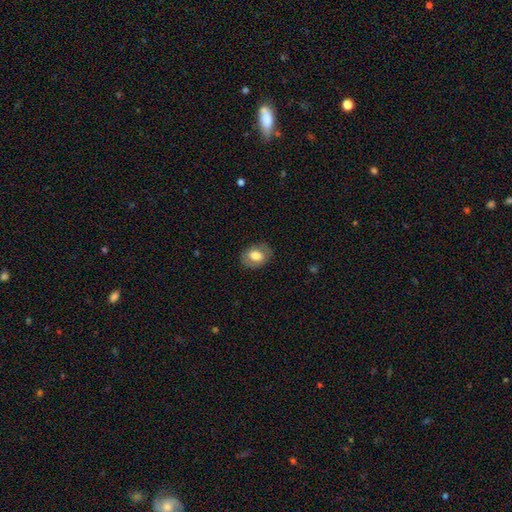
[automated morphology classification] Smooth or featured?
  - smooth: 68% *
  - featured or disk: 25%
  - star or artifact: 7%
How rounded?
  - in between: 75% *
  - round: 24%
  - cigar-shaped: 1%
Merging?
  - none: 81% *
  - minor disturbance: 14%
  - major disturbance: 4%
  - merger: 1%